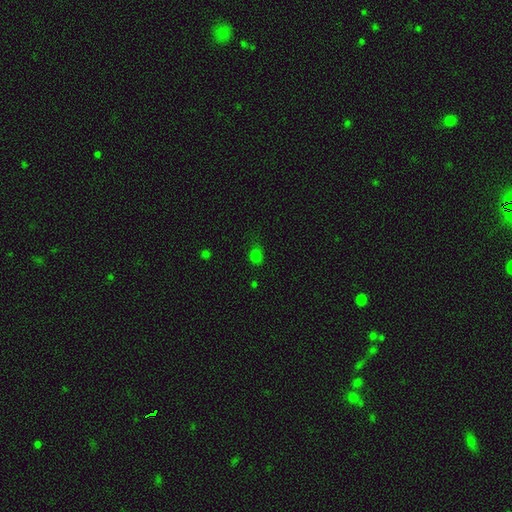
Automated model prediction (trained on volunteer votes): smooth-or-featured: smooth: 75% | star or artifact: 21% | featured or disk: 4%
  how-rounded: round: 54% | in between: 45% | cigar-shaped: 1%
  merging: none: 72% | minor disturbance: 20% | major disturbance: 6% | merger: 2%